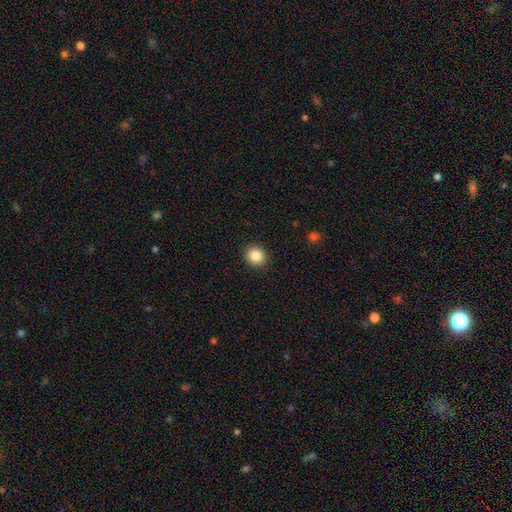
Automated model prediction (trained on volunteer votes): Smooth or featured? Predicted: smooth (p=0.86). How rounded? Predicted: round (p=0.76). Merging? Predicted: none (p=0.91).